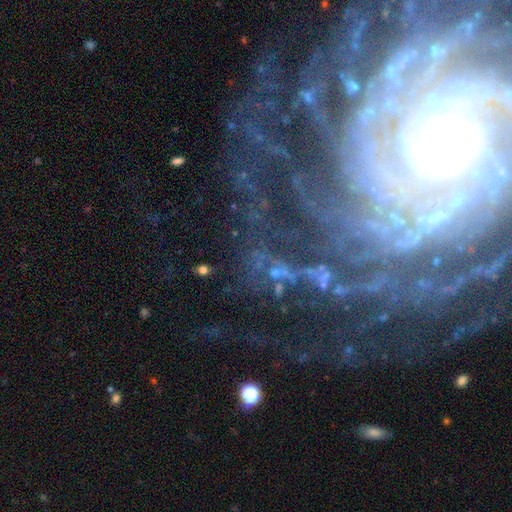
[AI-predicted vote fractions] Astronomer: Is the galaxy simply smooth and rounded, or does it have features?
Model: featured or disk — 85%.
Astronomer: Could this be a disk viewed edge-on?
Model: no — 96%.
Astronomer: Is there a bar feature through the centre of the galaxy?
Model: no — 44% (runner-up: weak, 33%).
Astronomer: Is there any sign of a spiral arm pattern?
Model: yes — 96%.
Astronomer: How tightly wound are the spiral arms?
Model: tight — 75%.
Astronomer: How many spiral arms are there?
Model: more than 4 — 32% (runner-up: can't tell, 25%).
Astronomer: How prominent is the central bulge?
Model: small — 54% (runner-up: moderate, 32%).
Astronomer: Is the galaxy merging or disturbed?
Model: none — 70%.